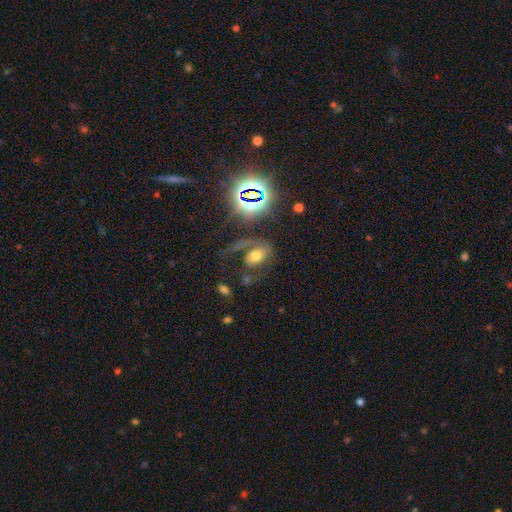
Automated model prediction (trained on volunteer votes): Overall: featured or disk (41%; smooth 37%). Merging: none (40%; major disturbance 34%).